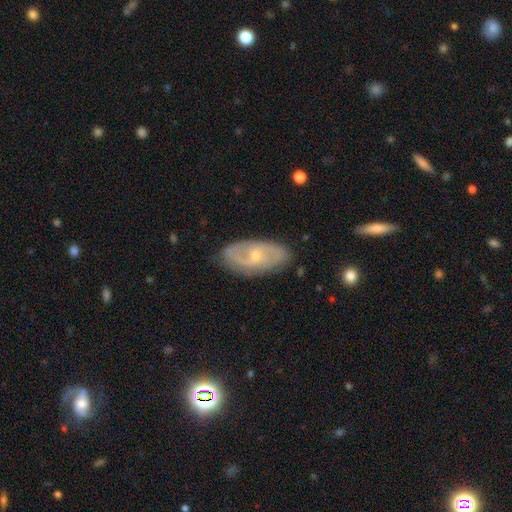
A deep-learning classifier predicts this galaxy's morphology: smooth-or-featured: featured or disk: 76% | smooth: 18% | star or artifact: 6%
  disk-edge-on: no: 94% | yes: 6%
    bar: weak: 46% | no: 44% | strong: 10%
    has-spiral-arms: yes: 89% | no: 11%
      spiral-winding: medium: 47% | tight: 30% | loose: 23%
      spiral-arm-count: 2: 75% | can't tell: 15% | 3: 4% | 1: 3% | 4: 2% | more than 4: 2%
    bulge-size: small: 61% | moderate: 35% | none: 2% | large: 1% | dominant: 1%
  merging: none: 81% | minor disturbance: 14% | major disturbance: 3% | merger: 1%